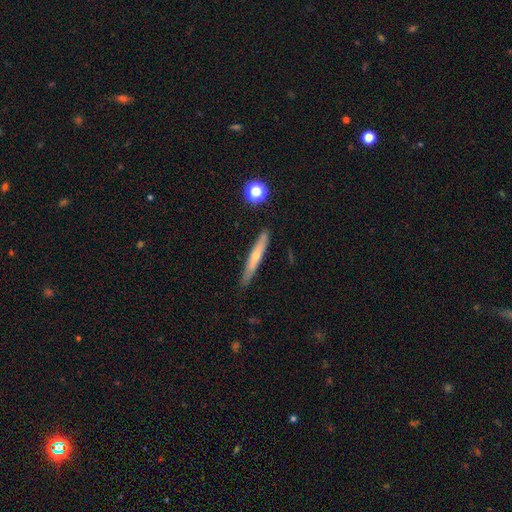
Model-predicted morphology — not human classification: A featured or disk galaxy (50%). Merging: none (85%).